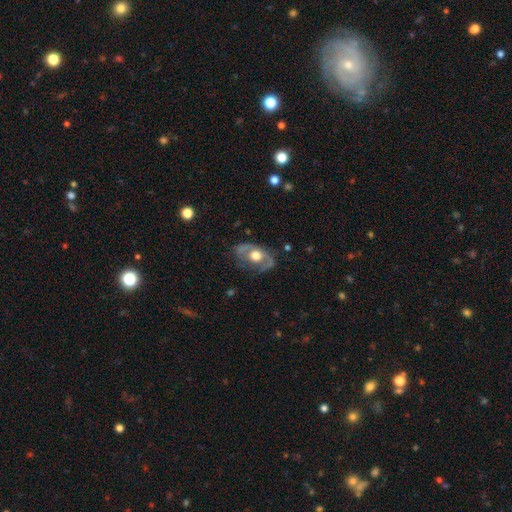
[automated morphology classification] Smooth or featured? featured or disk (66%)
Edge-on disk? no (90%)
Bar? no (80%)
Spiral arms? yes (54%)
Bulge size? moderate (52%)
Merging? none (68%)